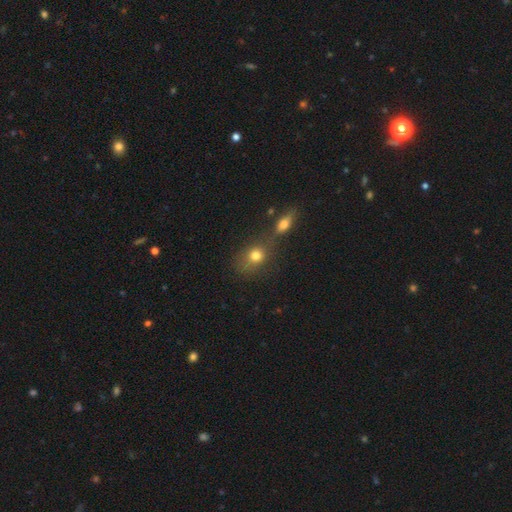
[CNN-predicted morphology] smooth 77%, star or artifact 13%, featured or disk 10%. Down the decision tree: how rounded — round (58%); merging — none (51%).